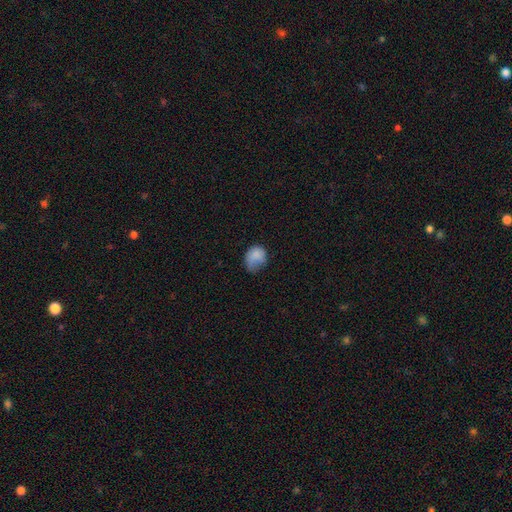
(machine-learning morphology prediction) The model was most divided on "how rounded": round: 50%, in between: 49%, cigar-shaped: 1%. Remaining: smooth or featured — smooth (80%); merging — minor disturbance (38%).